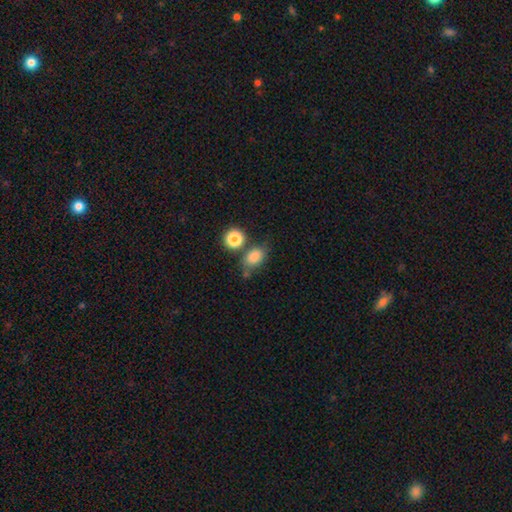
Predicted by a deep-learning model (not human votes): smooth-or-featured: smooth: 82% | star or artifact: 10% | featured or disk: 8%
  how-rounded: in between: 71% | round: 27% | cigar-shaped: 2%
  merging: none: 53% | minor disturbance: 20% | merger: 20% | major disturbance: 8%